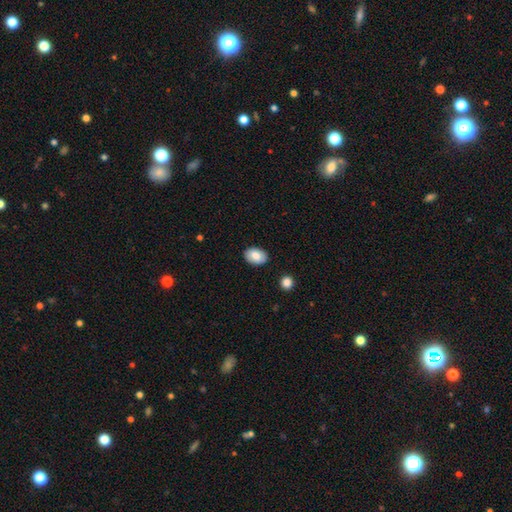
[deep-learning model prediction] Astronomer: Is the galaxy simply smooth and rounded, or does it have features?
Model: smooth — 80%.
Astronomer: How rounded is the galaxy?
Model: in between — 84%.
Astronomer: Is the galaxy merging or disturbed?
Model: none — 88%.